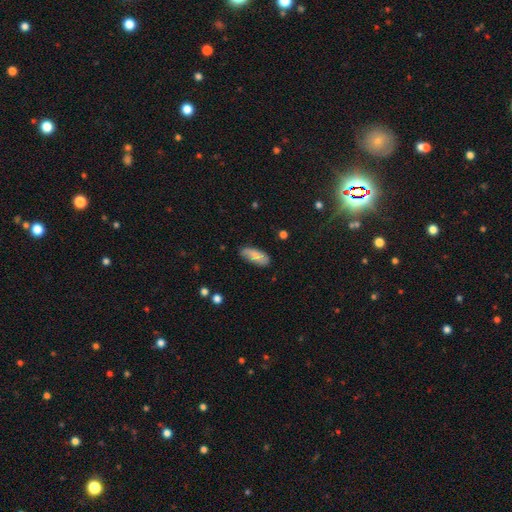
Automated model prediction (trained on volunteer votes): Smooth or featured? Predicted: smooth (p=0.79). How rounded? Predicted: in between (p=0.80). Merging? Predicted: none (p=0.72).